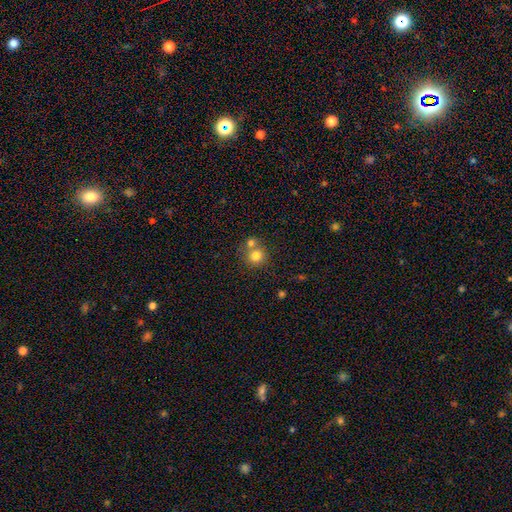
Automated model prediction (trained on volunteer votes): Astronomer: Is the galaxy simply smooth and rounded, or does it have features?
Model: smooth — 78%.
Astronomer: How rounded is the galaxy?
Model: round — 90%.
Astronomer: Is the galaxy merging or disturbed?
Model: none — 53% (runner-up: merger, 37%).